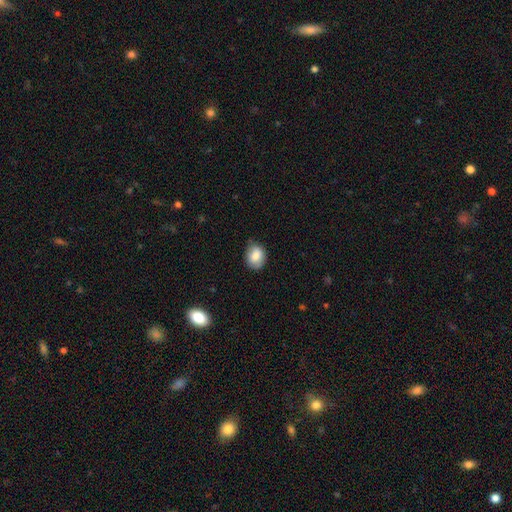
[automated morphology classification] Smooth or featured?
  - smooth: 80% *
  - featured or disk: 12%
  - star or artifact: 8%
How rounded?
  - in between: 56% *
  - round: 43%
  - cigar-shaped: 1%
Merging?
  - none: 71% *
  - minor disturbance: 24%
  - major disturbance: 4%
  - merger: 1%